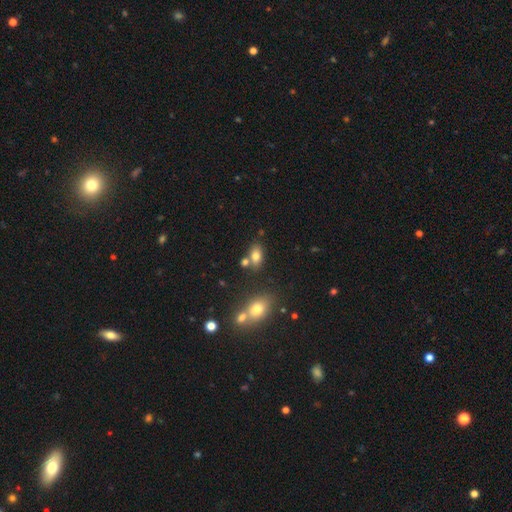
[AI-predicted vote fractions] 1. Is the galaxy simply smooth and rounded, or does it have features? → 78% smooth, 11% star or artifact, 11% featured or disk.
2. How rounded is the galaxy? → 85% in between, 13% round, 3% cigar-shaped.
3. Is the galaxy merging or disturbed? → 63% none, 21% merger, 13% minor disturbance, 4% major disturbance.